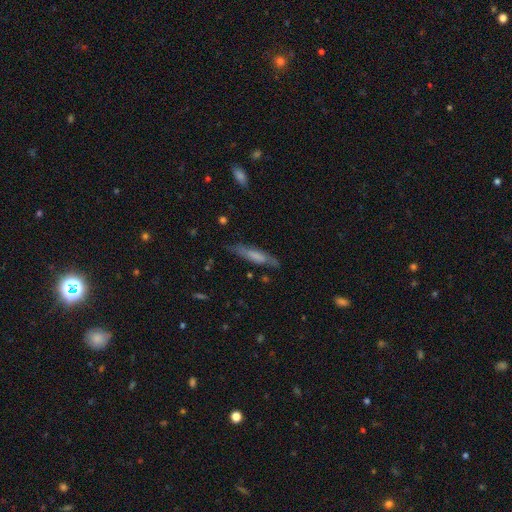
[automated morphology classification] smooth 53%, featured or disk 40%, star or artifact 7%. Down the decision tree: how rounded — cigar-shaped (82%); merging — none (72%).